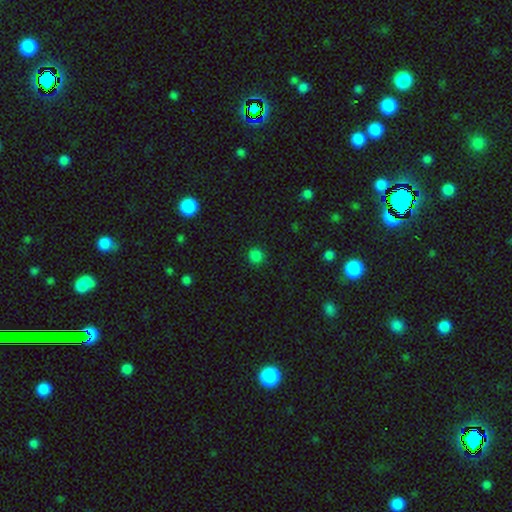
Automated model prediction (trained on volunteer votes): Smooth or featured?
  - smooth: 83% *
  - star or artifact: 14%
  - featured or disk: 3%
How rounded?
  - round: 93% *
  - in between: 6%
  - cigar-shaped: 1%
Merging?
  - none: 90% *
  - minor disturbance: 6%
  - major disturbance: 2%
  - merger: 1%